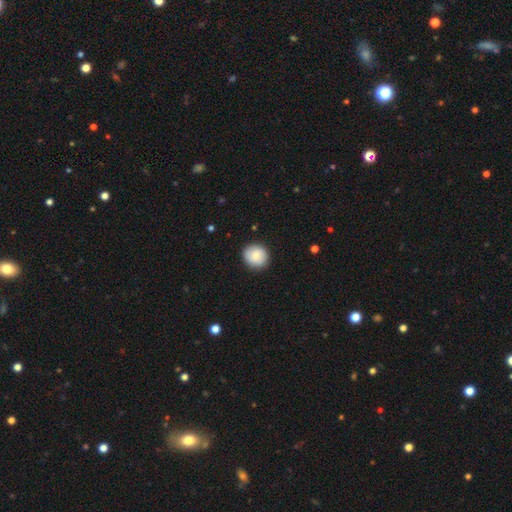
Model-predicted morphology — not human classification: Overall: smooth (77%). How rounded: round (89%). Merging: none (88%).